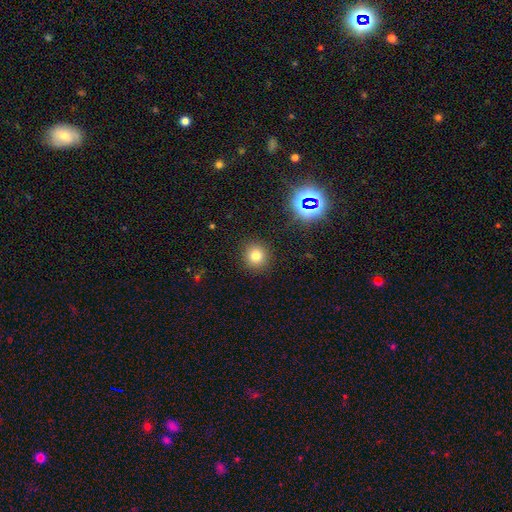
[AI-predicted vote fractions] A smooth galaxy with no disk features (77%) that is round (91%). Merging: none (91%).